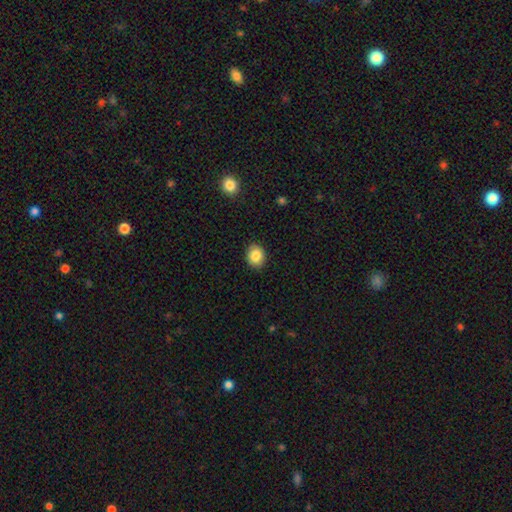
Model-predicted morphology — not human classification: Smooth or featured: smooth — 86% (star or artifact — 8%)
How rounded: round — 55% (in between — 44%)
Merging: none — 89% (minor disturbance — 8%)